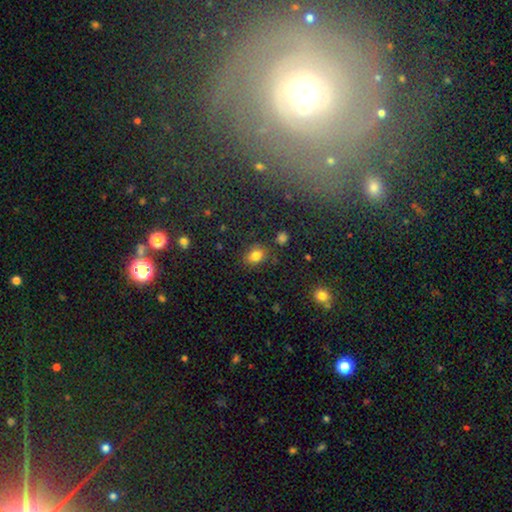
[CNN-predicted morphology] This appears to be a smooth galaxy with no disk features (81%) that is in between round and cigar-shaped (67%). Merging: none (77%).